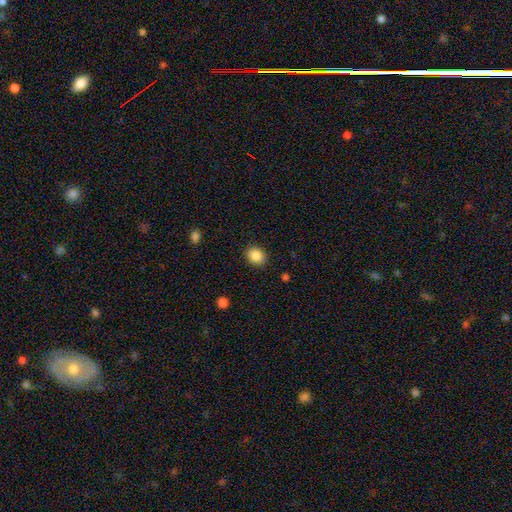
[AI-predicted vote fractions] Smooth or featured? Predicted: smooth (p=0.87). How rounded? Predicted: round (p=0.58). Merging? Predicted: none (p=0.88).